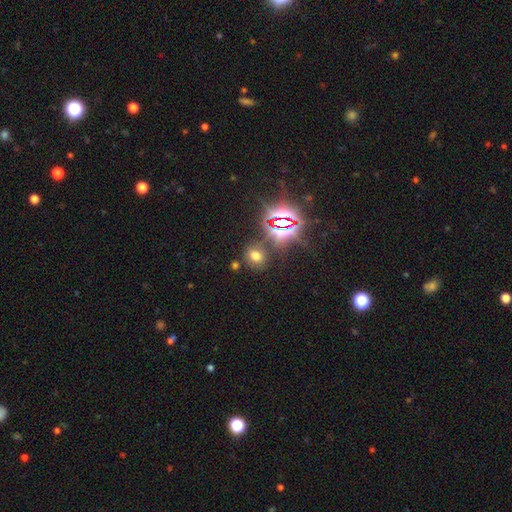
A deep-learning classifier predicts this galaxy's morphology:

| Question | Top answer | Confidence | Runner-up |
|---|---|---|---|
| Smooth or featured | smooth | 53% | star or artifact (37%) |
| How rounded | round | 52% | in between (47%) |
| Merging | none | 76% | minor disturbance (11%) |